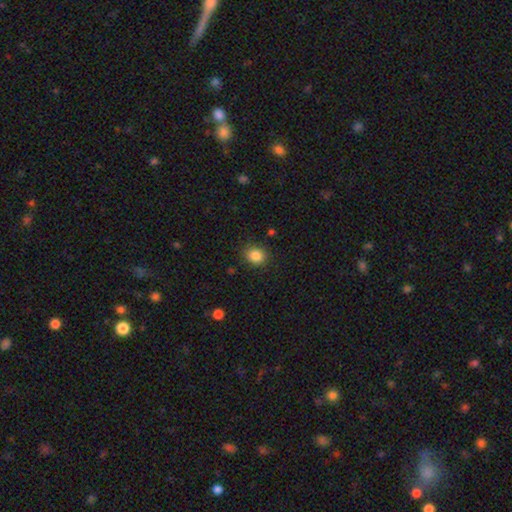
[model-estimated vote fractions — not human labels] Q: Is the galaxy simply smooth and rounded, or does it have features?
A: smooth — 85%.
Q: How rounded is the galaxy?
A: round — 69%.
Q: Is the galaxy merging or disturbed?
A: none — 86%.